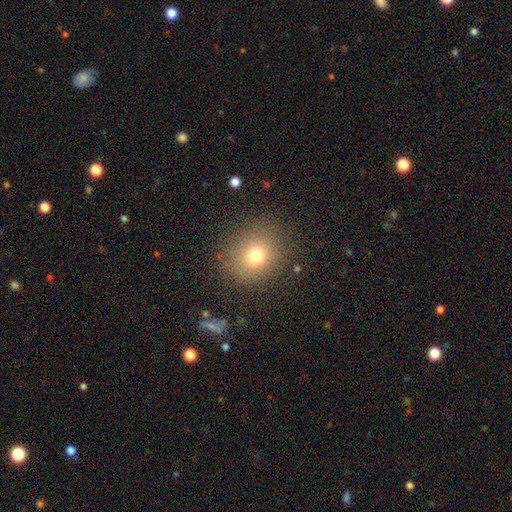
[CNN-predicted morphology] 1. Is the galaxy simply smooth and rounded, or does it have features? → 73% smooth, 16% star or artifact, 12% featured or disk.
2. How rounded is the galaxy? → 77% round, 22% in between, 1% cigar-shaped.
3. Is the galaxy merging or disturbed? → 84% none, 10% minor disturbance, 5% major disturbance, 1% merger.